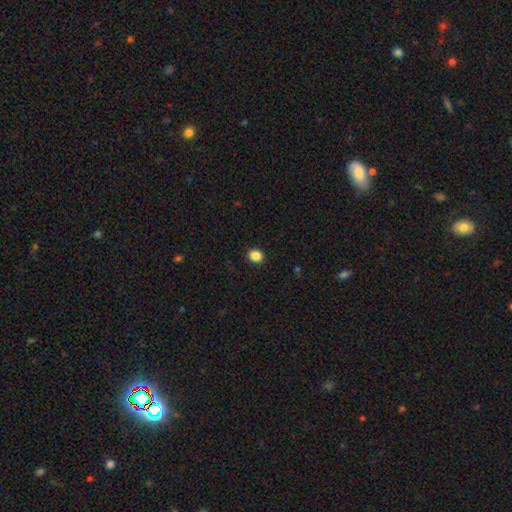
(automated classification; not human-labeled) A smooth galaxy with no disk features (87%) that is round (59%).

Vote fractions:
- Smooth or featured? smooth: 87% / star or artifact: 10% / featured or disk: 3%
- How rounded? round: 59% / in between: 40% / cigar-shaped: 1%
- Merging? none: 91% / minor disturbance: 6% / major disturbance: 2% / merger: 1%